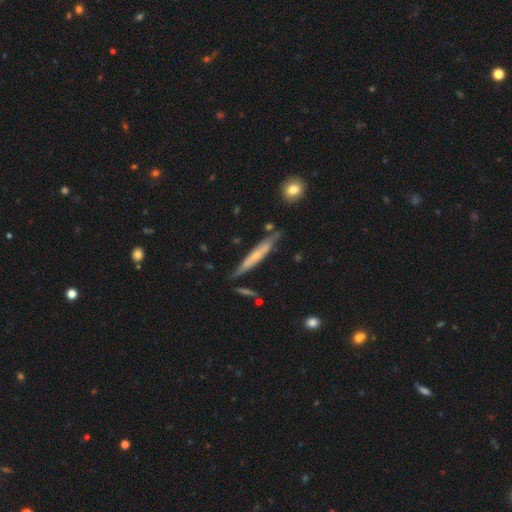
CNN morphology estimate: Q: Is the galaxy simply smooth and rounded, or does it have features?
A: featured or disk — 53%.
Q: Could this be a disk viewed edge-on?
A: yes — 86%.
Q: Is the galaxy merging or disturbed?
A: none — 74%.